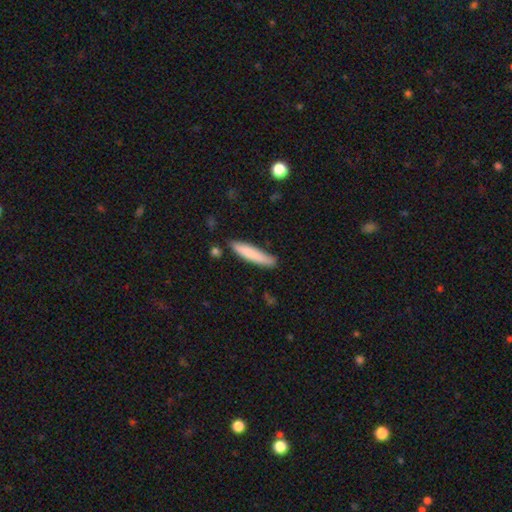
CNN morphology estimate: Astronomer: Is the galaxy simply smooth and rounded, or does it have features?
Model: smooth — 82%.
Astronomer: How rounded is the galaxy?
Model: cigar-shaped — 86%.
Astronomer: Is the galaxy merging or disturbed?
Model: none — 80%.